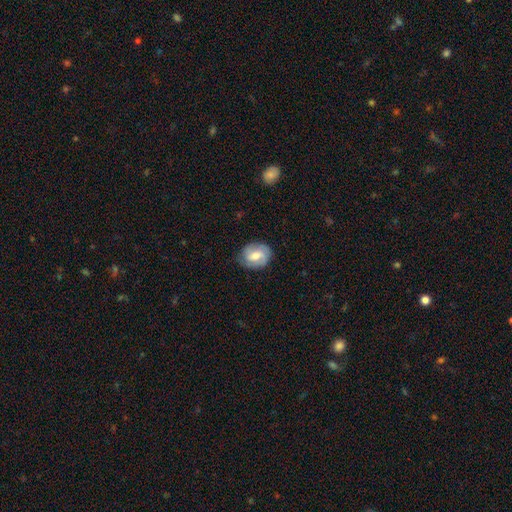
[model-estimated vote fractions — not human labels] The model was most divided on "smooth or featured": smooth: 47%, featured or disk: 46%, star or artifact: 7%. More confident: merging — none (78%).